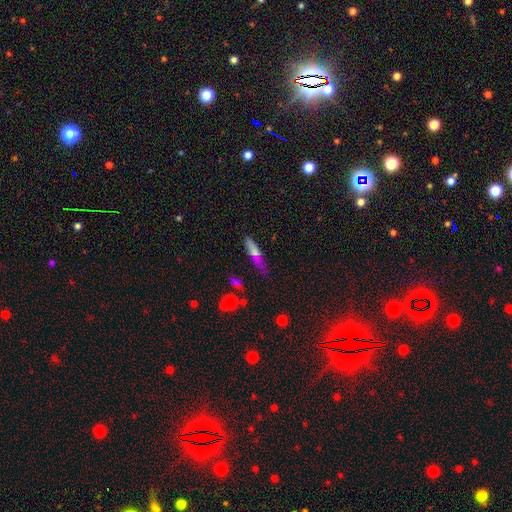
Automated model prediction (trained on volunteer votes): The model was most divided on "smooth or featured": smooth: 62%, featured or disk: 28%, star or artifact: 10%. More confident: how rounded — cigar-shaped (78%); merging — none (66%).